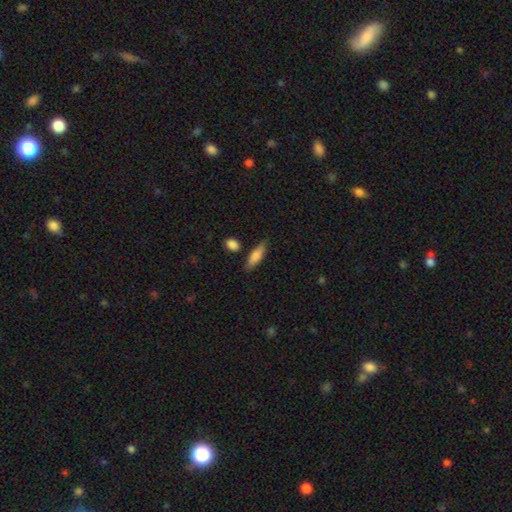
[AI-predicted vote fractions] smooth_or_featured: smooth (p=0.80) [alt: featured or disk p=0.14]
how_rounded: cigar-shaped (p=0.51) [alt: in between p=0.46]
merging: none (p=0.80) [alt: minor disturbance p=0.13]